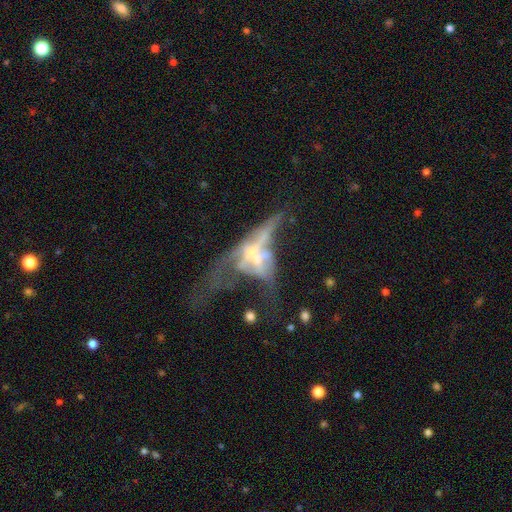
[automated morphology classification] A featured or disk galaxy (68%) viewed edge-on (50%, tied with no).

Vote fractions:
- Smooth or featured? featured or disk: 68% / smooth: 20% / star or artifact: 11%
- Edge-on disk? yes: 50% (tied) / no: 50% (tied)
- Merging? merger: 52% / major disturbance: 22% / none: 17% / minor disturbance: 9%